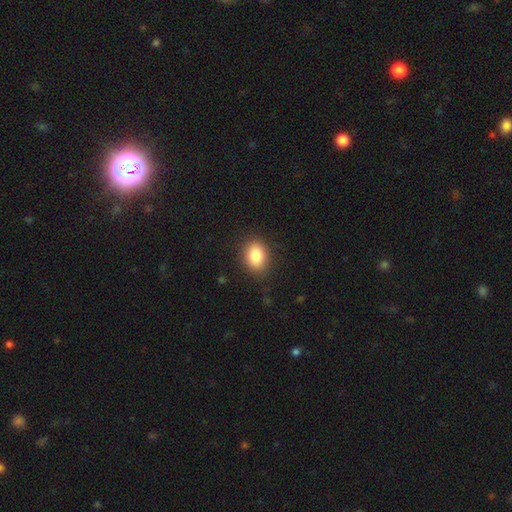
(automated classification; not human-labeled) Q: Smooth or featured?
A: smooth (86%); runner-up: star or artifact (8%)
Q: How rounded?
A: in between (70%); runner-up: round (29%)
Q: Merging?
A: none (86%); runner-up: minor disturbance (10%)